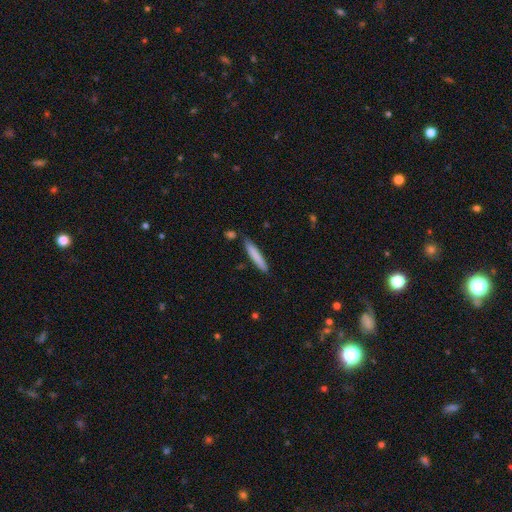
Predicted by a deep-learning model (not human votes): smooth 81%, featured or disk 14%, star or artifact 6%. Down the decision tree: how rounded — cigar-shaped (93%); merging — none (85%).